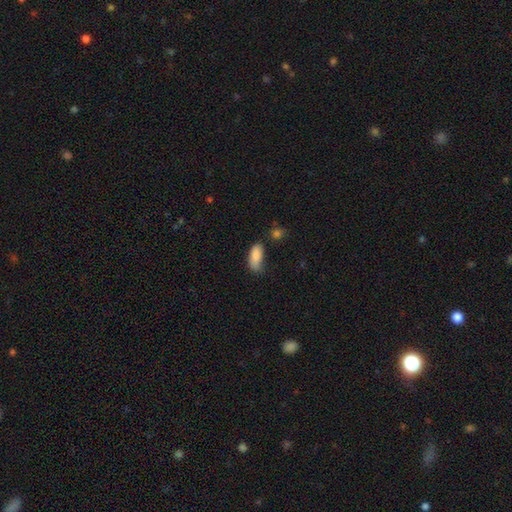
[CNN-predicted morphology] Smooth or featured? Predicted: smooth (p=0.87). How rounded? Predicted: in between (p=0.82). Merging? Predicted: none (p=0.61).